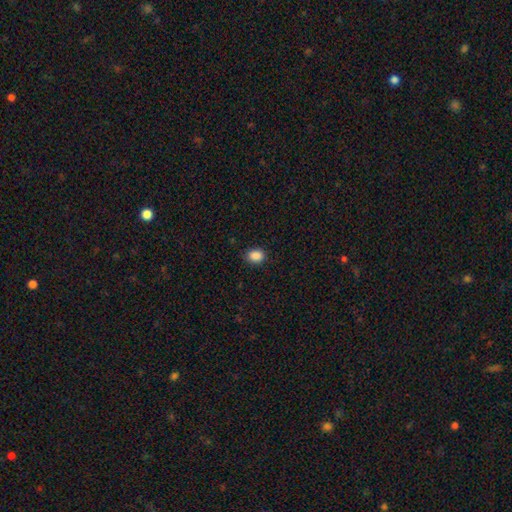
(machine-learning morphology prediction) smooth_or_featured: smooth (p=0.88) [alt: star or artifact p=0.09]
how_rounded: in between (p=0.58) [alt: round p=0.41]
merging: none (p=0.86) [alt: minor disturbance p=0.11]